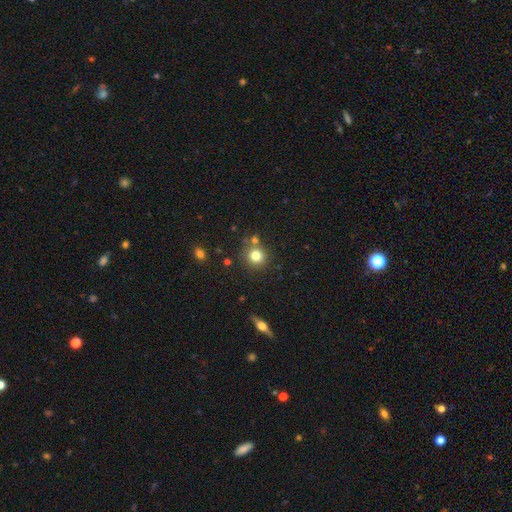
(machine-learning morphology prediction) smooth-or-featured: smooth: 80% | star or artifact: 12% | featured or disk: 8%
  how-rounded: round: 92% | in between: 7% | cigar-shaped: 1%
  merging: none: 76% | merger: 13% | minor disturbance: 9% | major disturbance: 3%